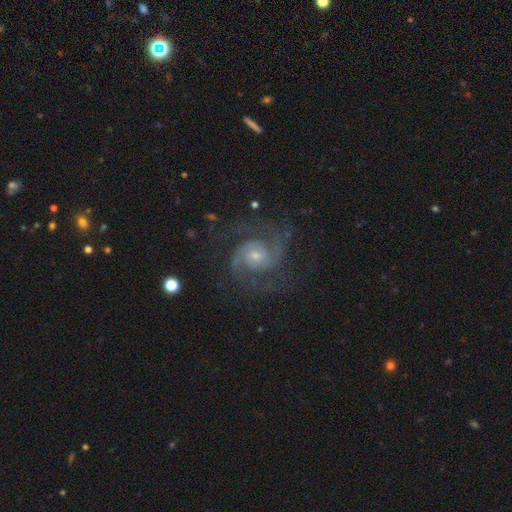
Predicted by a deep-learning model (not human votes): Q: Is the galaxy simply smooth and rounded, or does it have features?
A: featured or disk — 91%.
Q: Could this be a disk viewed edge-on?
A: no — 98%.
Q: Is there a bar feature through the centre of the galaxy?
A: no — 62%.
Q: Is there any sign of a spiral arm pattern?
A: yes — 98%.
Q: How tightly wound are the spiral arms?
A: medium — 53%.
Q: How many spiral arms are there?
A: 2 — 80%.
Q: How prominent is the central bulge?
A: small — 57%.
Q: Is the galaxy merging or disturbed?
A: none — 75%.